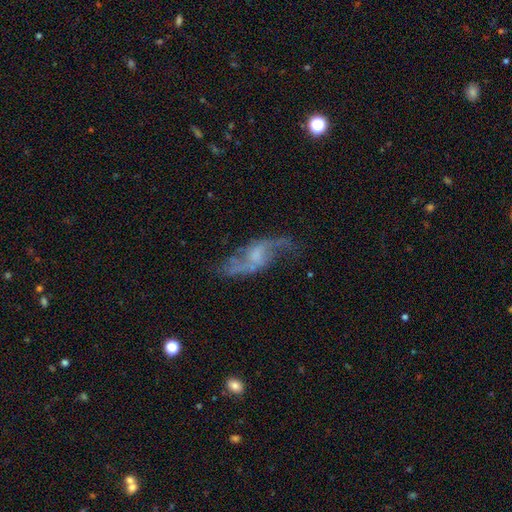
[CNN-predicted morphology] smooth_or_featured: featured or disk (p=0.79) [alt: smooth p=0.13]
disk_edge_on: no (p=0.90) [alt: yes p=0.10]
bar: no (p=0.50) [alt: weak p=0.41]
has_spiral_arms: yes (p=0.88) [alt: no p=0.12]
spiral_winding: loose (p=0.77) [alt: medium p=0.18]
spiral_arm_count: 2 (p=0.86) [alt: can't tell p=0.06]
bulge_size: small (p=0.43) [alt: none p=0.30]
merging: none (p=0.60) [alt: minor disturbance p=0.20]